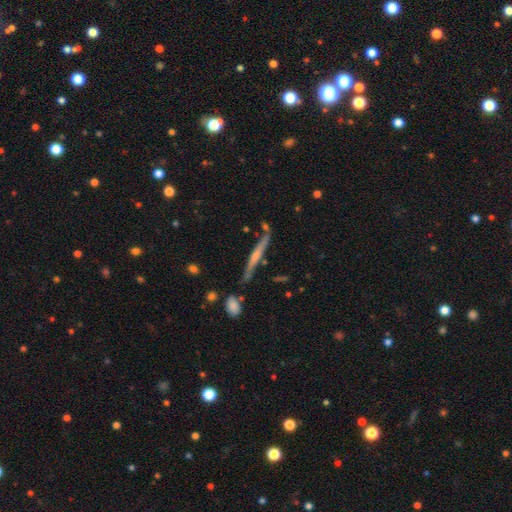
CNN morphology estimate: Overall: featured or disk (68%). Edge-on disk: yes (91%). Edge-on bulge: rounded (70%). Merging: none (75%).